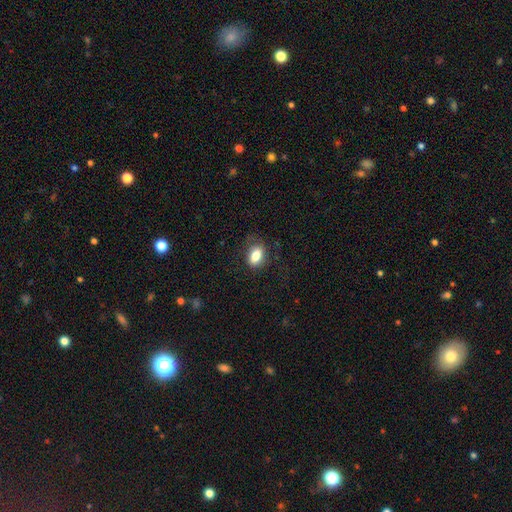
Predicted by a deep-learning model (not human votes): Morphology: type=smooth (79%); roundness=in between (83%); merging=none (71%).